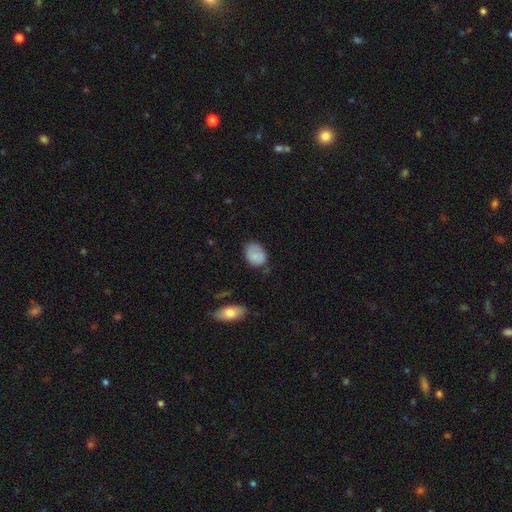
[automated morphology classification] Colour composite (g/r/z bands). It shows a smooth galaxy with no disk features (80%) that is in between round and cigar-shaped (67%). Merging: none (66%).